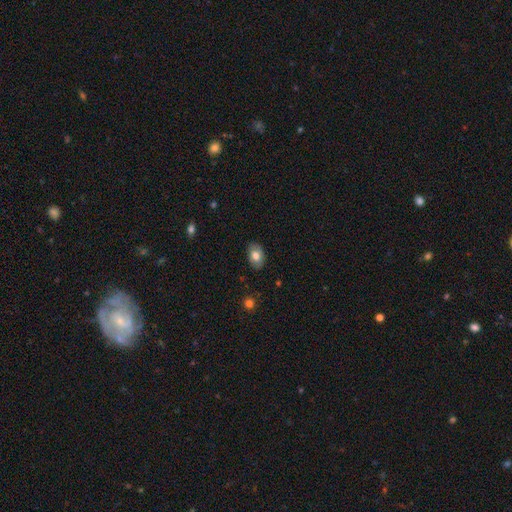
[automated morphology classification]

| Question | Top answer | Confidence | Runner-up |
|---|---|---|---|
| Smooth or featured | smooth | 72% | featured or disk (21%) |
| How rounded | in between | 87% | round (12%) |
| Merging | none | 84% | minor disturbance (12%) |